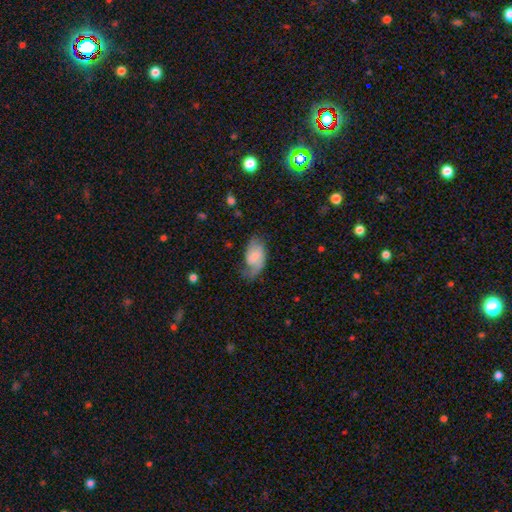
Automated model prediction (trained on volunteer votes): A smooth galaxy with no disk features (48%).

Vote fractions:
- Smooth or featured? smooth: 48% / featured or disk: 45% / star or artifact: 7%
- Merging? none: 44% / minor disturbance: 31% / major disturbance: 23% / merger: 2%